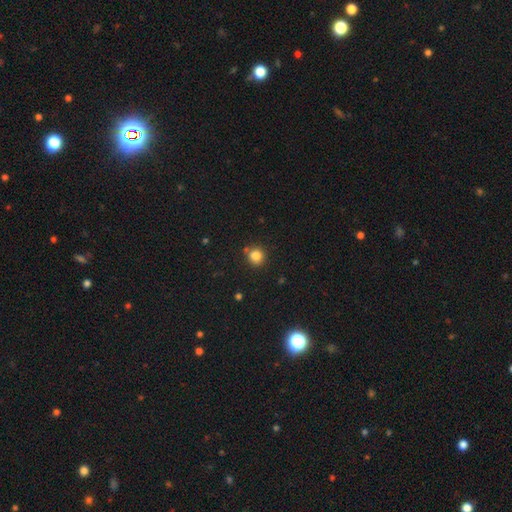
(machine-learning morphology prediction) Smooth or featured? smooth (83%)
How rounded? round (86%)
Merging? none (75%)